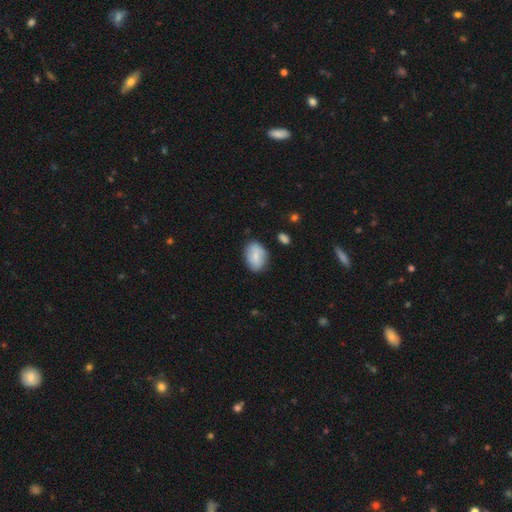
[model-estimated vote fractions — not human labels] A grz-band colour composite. It shows a smooth galaxy with no disk features (75%) that is in between round and cigar-shaped (85%). Merging: none (78%).